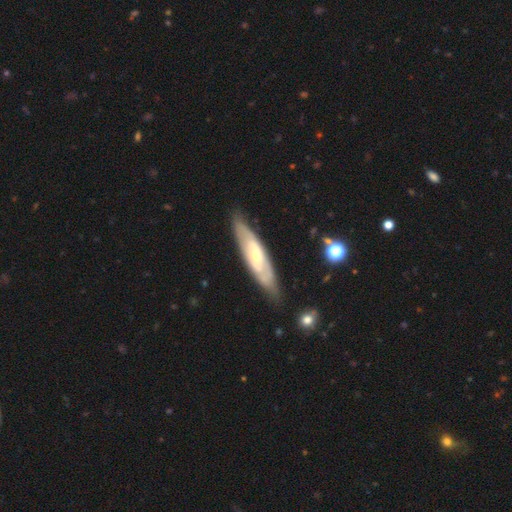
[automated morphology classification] Smooth or featured? featured or disk (66%)
Edge-on disk? no (65%)
Merging? none (79%)